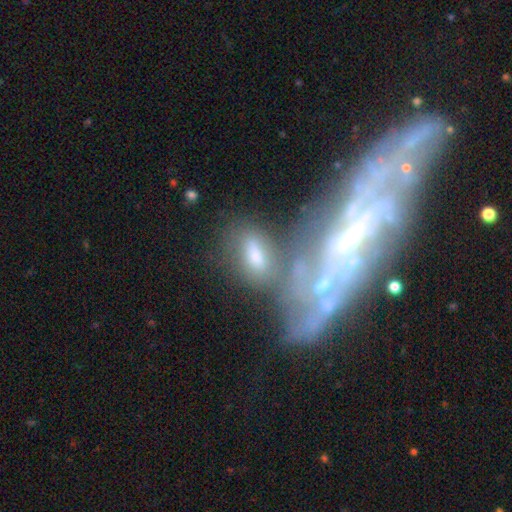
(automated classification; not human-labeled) A smooth galaxy with no disk features (55%) that is in between round and cigar-shaped (78%).

Vote fractions:
- Smooth or featured? smooth: 55% / featured or disk: 32% / star or artifact: 14%
- How rounded? in between: 78% / cigar-shaped: 12% / round: 10%
- Merging? none: 40% / merger: 29% / minor disturbance: 17% / major disturbance: 14%